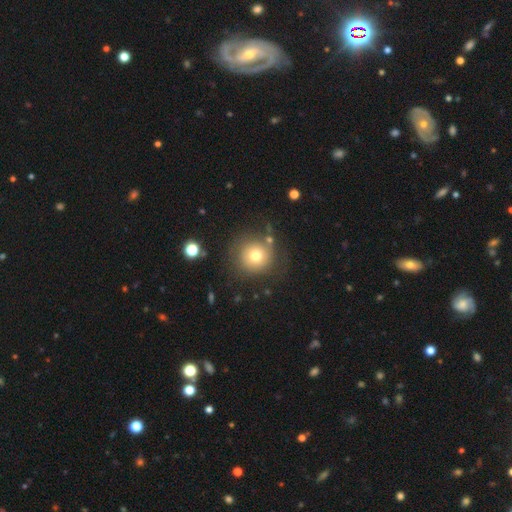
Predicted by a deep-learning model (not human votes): Q: Smooth or featured?
A: smooth (72%); runner-up: featured or disk (16%)
Q: How rounded?
A: round (93%); runner-up: in between (6%)
Q: Merging?
A: none (72%); runner-up: minor disturbance (15%)